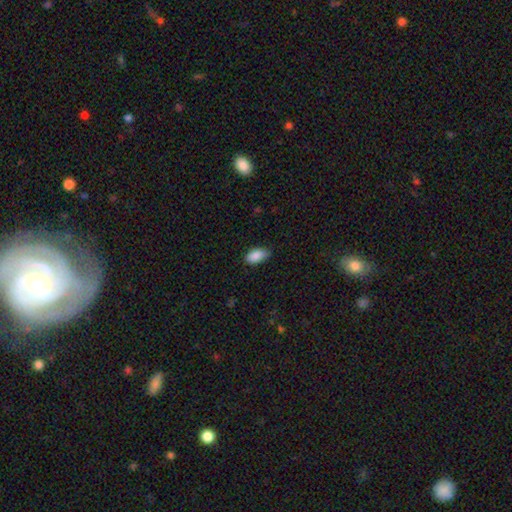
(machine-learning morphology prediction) smooth_or_featured: smooth (p=0.89) [alt: star or artifact p=0.07]
how_rounded: in between (p=0.93) [alt: round p=0.04]
merging: none (p=0.76) [alt: minor disturbance p=0.20]